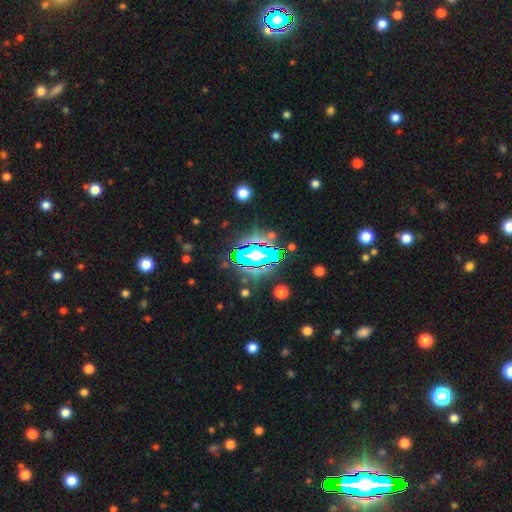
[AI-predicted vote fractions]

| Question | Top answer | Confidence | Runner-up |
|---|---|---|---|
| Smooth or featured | star or artifact | 53% | smooth (27%) |